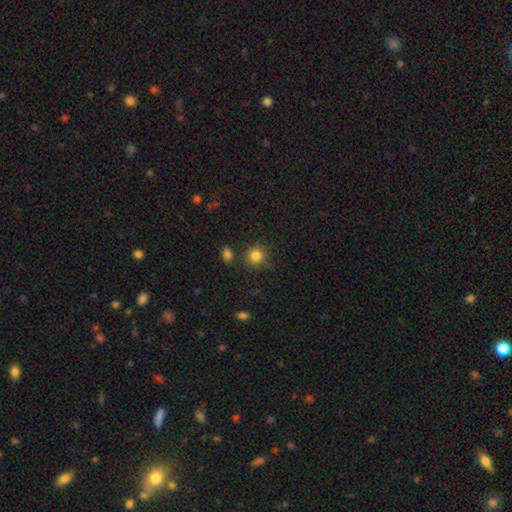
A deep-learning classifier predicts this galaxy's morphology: Smooth or featured? Predicted: smooth (p=0.83). How rounded? Predicted: round (p=0.90). Merging? Predicted: none (p=0.81).